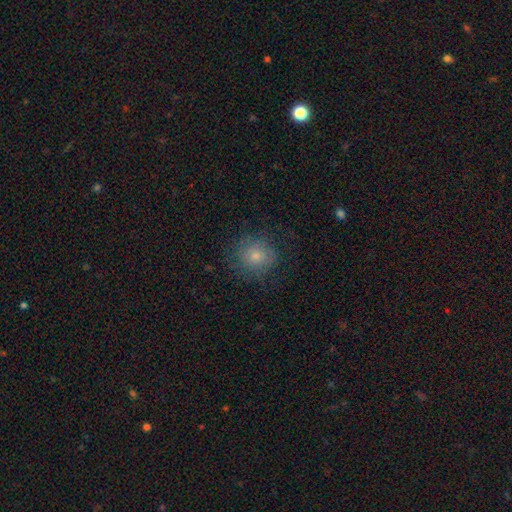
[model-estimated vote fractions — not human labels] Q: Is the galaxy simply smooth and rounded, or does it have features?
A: smooth — 77%.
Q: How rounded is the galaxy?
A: round — 87%.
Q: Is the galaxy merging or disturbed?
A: none — 78%.